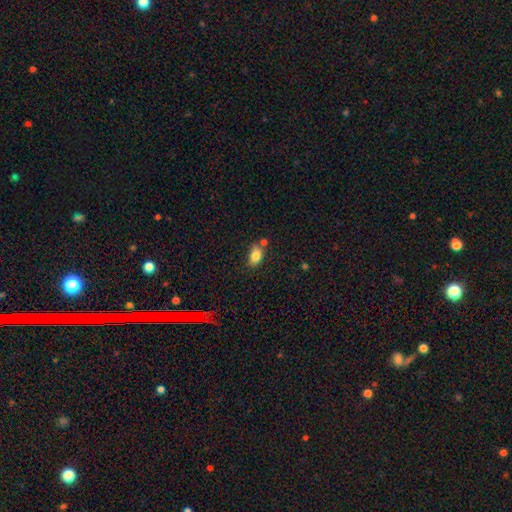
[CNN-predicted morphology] smooth 83%, star or artifact 9%, featured or disk 8%. Down the decision tree: how rounded — in between (83%); merging — none (59%).